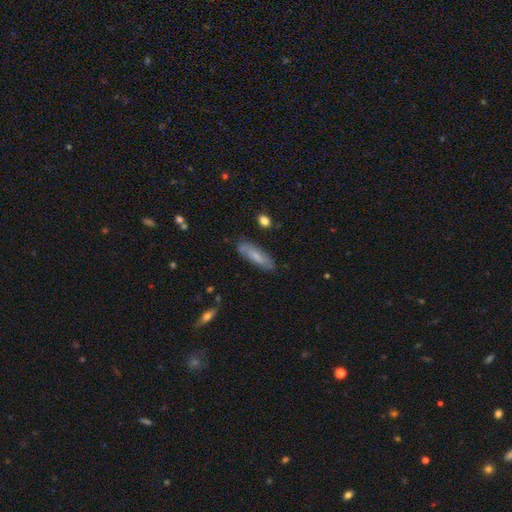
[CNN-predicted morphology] The model was most divided on "how rounded": cigar-shaped: 57%, in between: 41%, round: 2%. More confident: merging — none (80%); smooth or featured — smooth (66%).